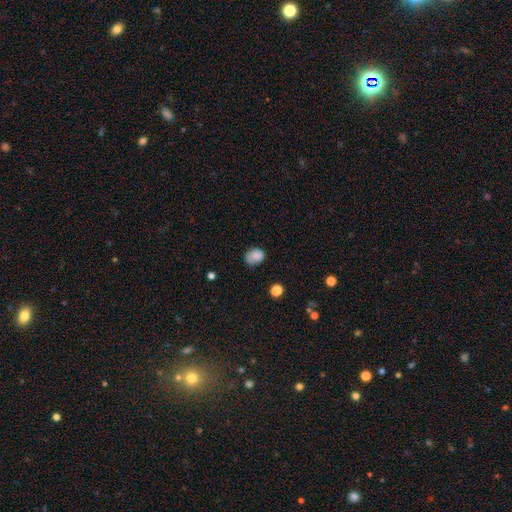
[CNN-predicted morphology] Overall: smooth (83%). How rounded: in between (59%; round 40%). Merging: none (61%; minor disturbance 30%).